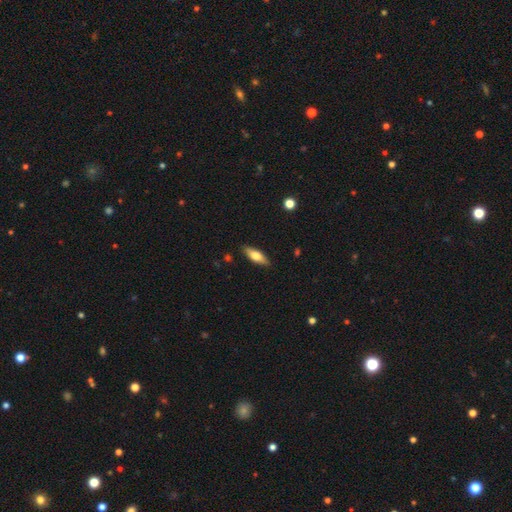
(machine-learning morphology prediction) Smooth or featured? Predicted: smooth (p=0.65). How rounded? Predicted: in between (p=0.63). Merging? Predicted: none (p=0.88).